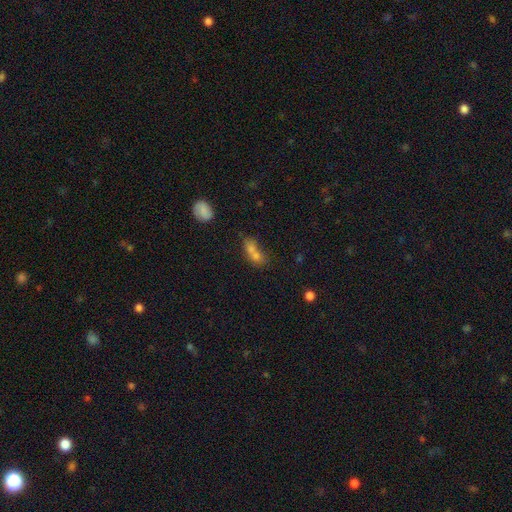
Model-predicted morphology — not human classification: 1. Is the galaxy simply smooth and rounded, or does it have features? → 68% smooth, 19% featured or disk, 13% star or artifact.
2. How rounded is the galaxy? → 56% in between, 38% round, 6% cigar-shaped.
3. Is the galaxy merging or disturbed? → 65% merger, 23% none, 7% minor disturbance, 5% major disturbance.